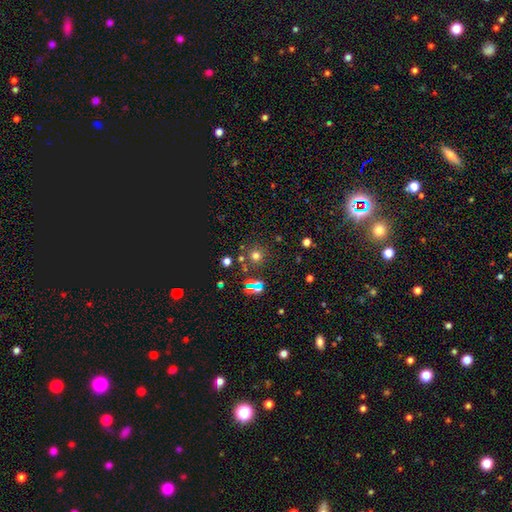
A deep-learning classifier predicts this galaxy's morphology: Smooth or featured?
  - smooth: 64% *
  - star or artifact: 29%
  - featured or disk: 8%
How rounded?
  - round: 95% *
  - in between: 4%
  - cigar-shaped: 1%
Merging?
  - none: 82% *
  - minor disturbance: 7%
  - merger: 7%
  - major disturbance: 3%